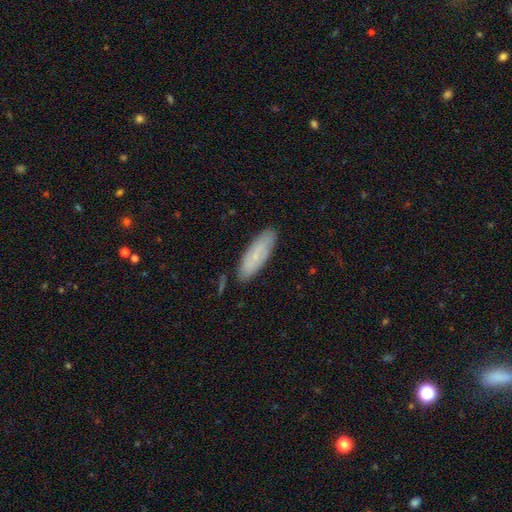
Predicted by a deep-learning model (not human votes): Smooth or featured? smooth (60%)
How rounded? in between (51%)
Merging? none (80%)